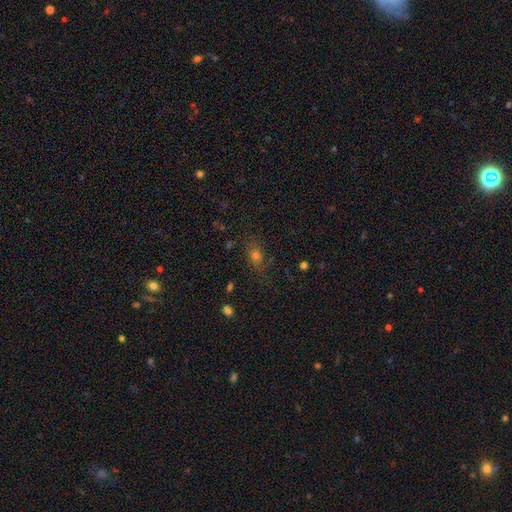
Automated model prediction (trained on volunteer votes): The model was most divided on "how rounded": in between: 56%, round: 38%, cigar-shaped: 5%. More confident: merging — none (76%); smooth or featured — smooth (60%).